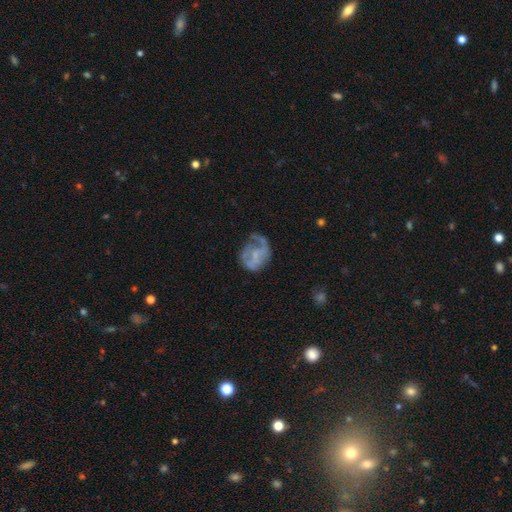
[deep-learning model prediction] A featured or disk galaxy (58%) with no bar (65%), spiral arms (51%) and no central bulge (40%). Merging: none (38%).